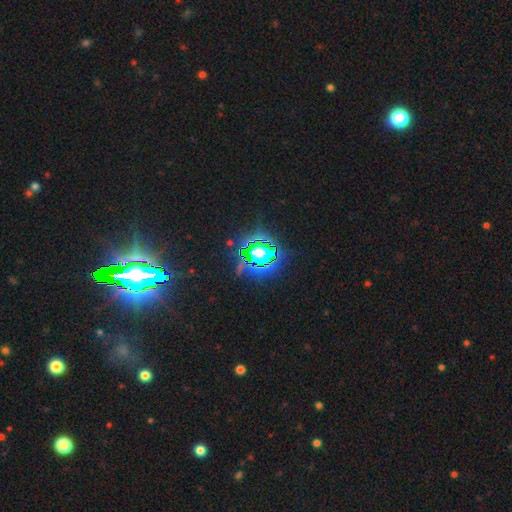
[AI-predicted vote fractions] This appears to be a star or artifact, not a galaxy (84%).